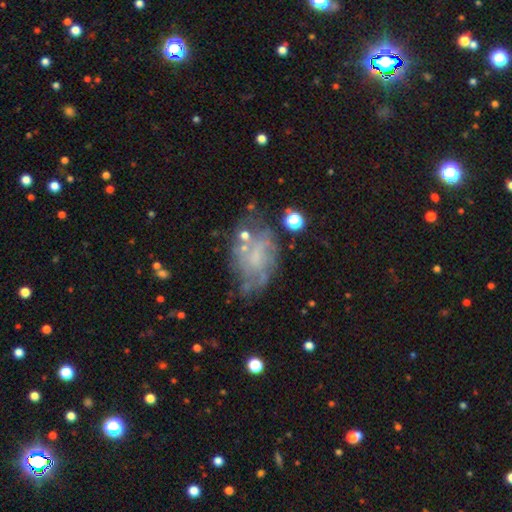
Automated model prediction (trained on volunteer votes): A featured or disk galaxy (58%) with no bar (73%), no spiral arms (54%) and no central bulge (50%).

Vote fractions:
- Smooth or featured? featured or disk: 58% / smooth: 29% / star or artifact: 13%
- Edge-on disk? no: 96% / yes: 4%
- Bar? no: 73% / weak: 23% / strong: 5%
- Spiral arms? no: 54% / yes: 46%
- Bulge size? none: 50% / small: 33% / moderate: 14% / large: 2% / dominant: 1%
- Merging? none: 49% / minor disturbance: 24% / major disturbance: 20% / merger: 7%